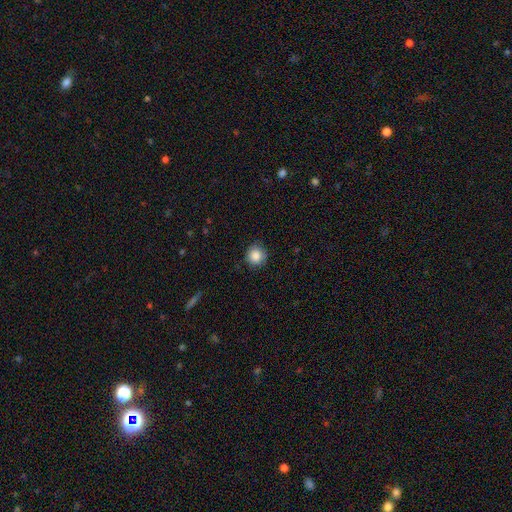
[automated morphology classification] This appears to be a smooth galaxy with no disk features (86%) that is round (91%). Merging: none (81%).